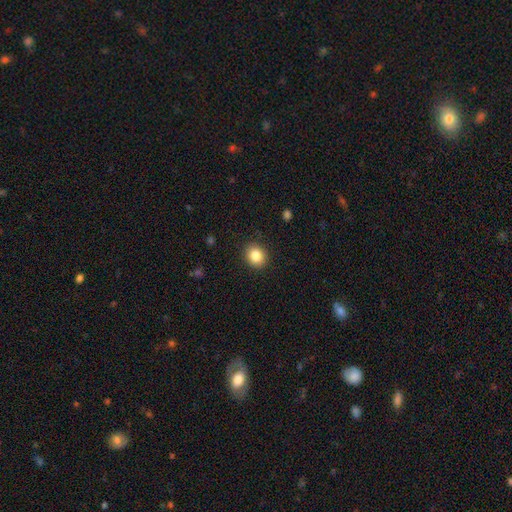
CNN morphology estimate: A smooth galaxy with no disk features (84%) that is round (70%).

Vote fractions:
- Smooth or featured? smooth: 84% / star or artifact: 10% / featured or disk: 6%
- How rounded? round: 70% / in between: 30% / cigar-shaped: 1%
- Merging? none: 90% / minor disturbance: 7% / major disturbance: 2% / merger: 1%